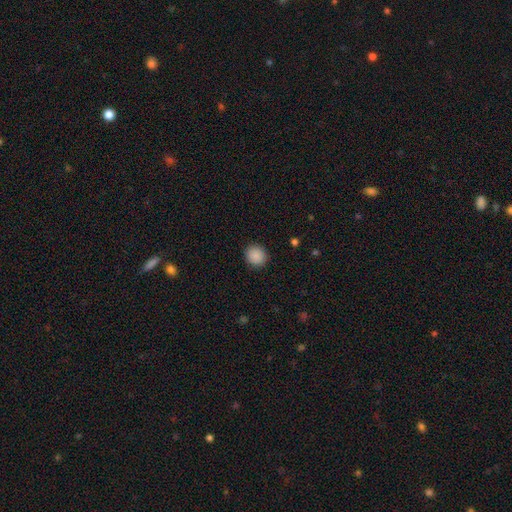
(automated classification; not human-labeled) The model was most divided on "how rounded": round: 86%, in between: 13%, cigar-shaped: 1%. More confident: merging — none (91%); smooth or featured — smooth (89%).